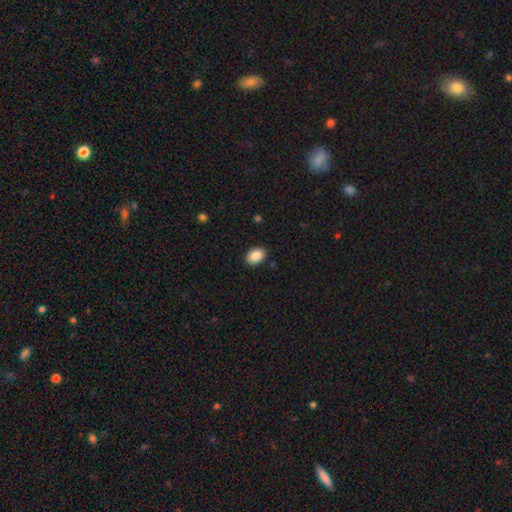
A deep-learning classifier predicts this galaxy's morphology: The model was most divided on "how rounded": in between: 79%, round: 20%, cigar-shaped: 1%. More confident: merging — none (89%); smooth or featured — smooth (89%).